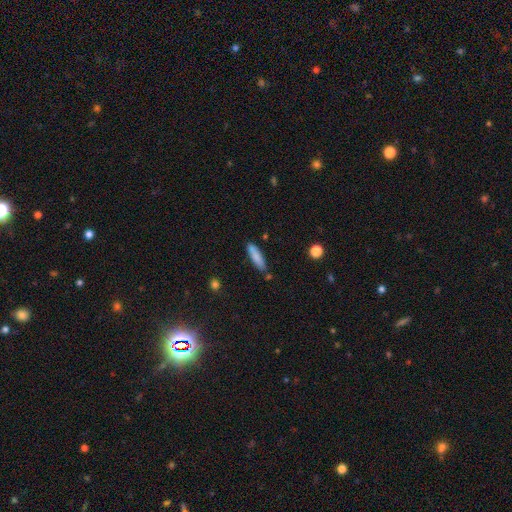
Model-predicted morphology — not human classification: smooth-or-featured: smooth: 82% | featured or disk: 12% | star or artifact: 6%
  how-rounded: cigar-shaped: 73% | in between: 25% | round: 2%
  merging: none: 79% | minor disturbance: 13% | merger: 5% | major disturbance: 3%